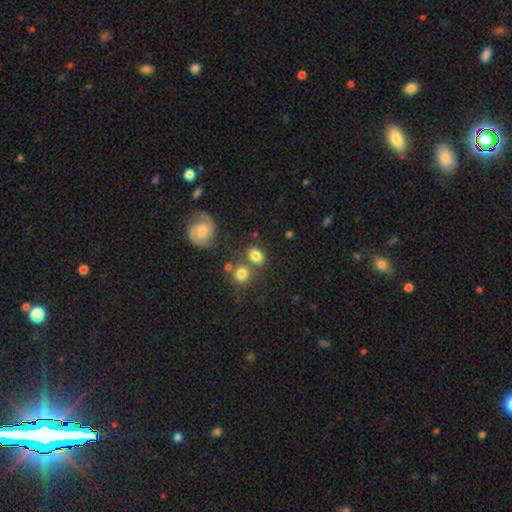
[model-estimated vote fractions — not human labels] Smooth or featured? Predicted: smooth (p=0.76). How rounded? Predicted: in between (p=0.67). Merging? Predicted: none (p=0.62).